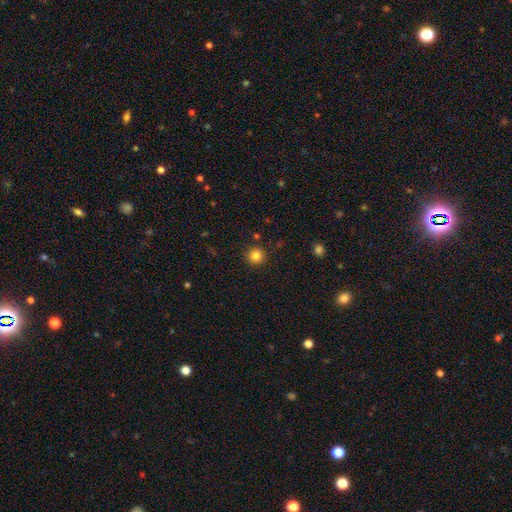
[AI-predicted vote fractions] A smooth galaxy with no disk features (84%) that is round (94%).

Vote fractions:
- Smooth or featured? smooth: 84% / star or artifact: 12% / featured or disk: 4%
- How rounded? round: 94% / in between: 5% / cigar-shaped: 1%
- Merging? none: 90% / minor disturbance: 6% / major disturbance: 2% / merger: 2%